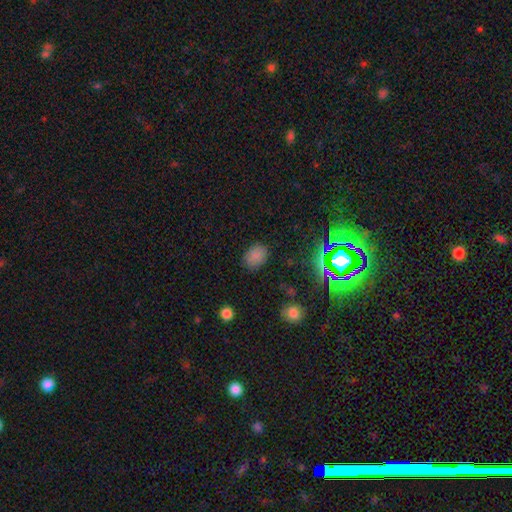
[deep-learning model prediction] A smooth galaxy with no disk features (82%) that is in between round and cigar-shaped (72%). Merging: none (84%).